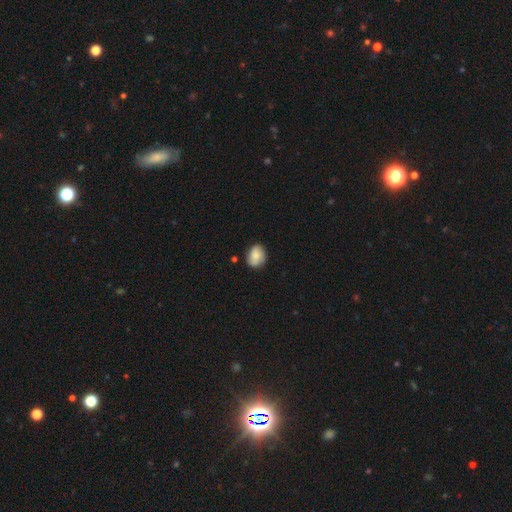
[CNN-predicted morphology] Smooth or featured?
  - smooth: 73% *
  - featured or disk: 19%
  - star or artifact: 8%
How rounded?
  - in between: 52% *
  - round: 47%
  - cigar-shaped: 1%
Merging?
  - none: 77% *
  - minor disturbance: 18%
  - major disturbance: 3%
  - merger: 2%